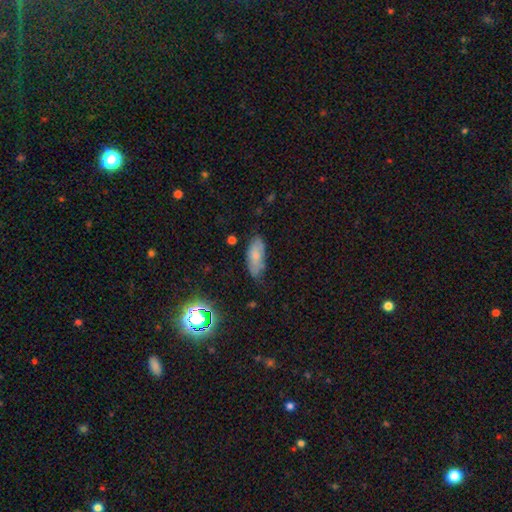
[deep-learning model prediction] This appears to be a smooth galaxy with no disk features (71%) that is in between round and cigar-shaped (79%). Merging: none (67%).